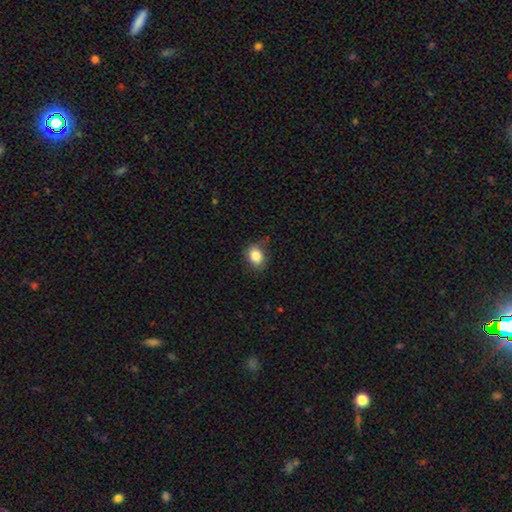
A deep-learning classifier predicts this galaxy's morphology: type=smooth (84%); roundness=in between (54%); merging=none (72%).